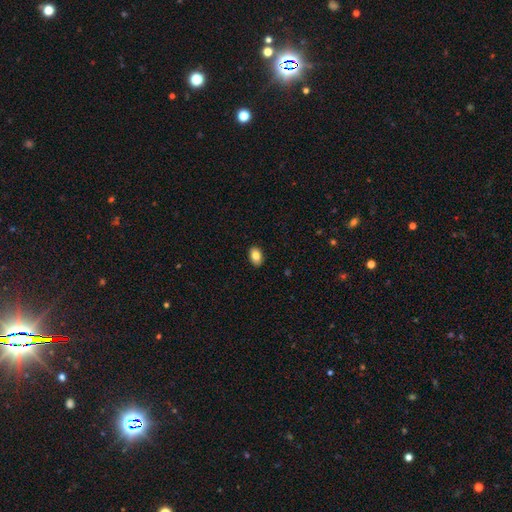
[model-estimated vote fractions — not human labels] Q: Smooth or featured?
A: smooth (84%); runner-up: featured or disk (8%)
Q: How rounded?
A: in between (86%); runner-up: round (13%)
Q: Merging?
A: none (90%); runner-up: minor disturbance (7%)